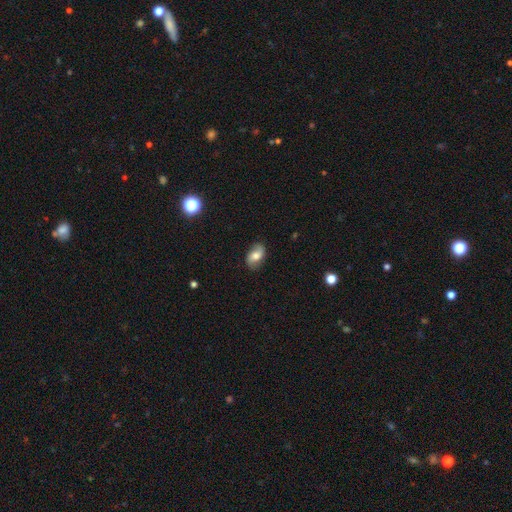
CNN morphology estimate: Smooth or featured? smooth (54%)
How rounded? in between (86%)
Merging? none (79%)